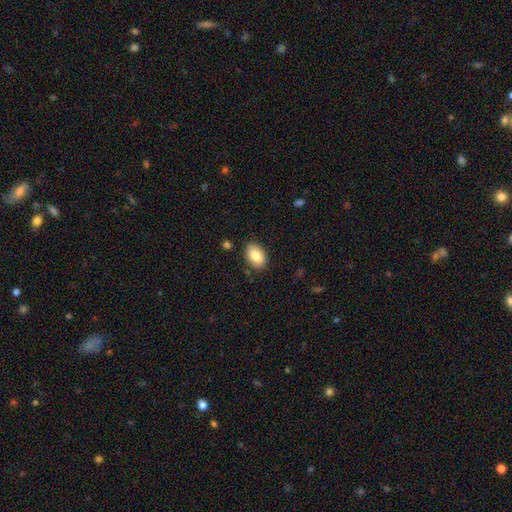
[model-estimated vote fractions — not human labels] smooth 85%, featured or disk 8%, star or artifact 7%. Down the decision tree: how rounded — in between (88%); merging — none (86%).